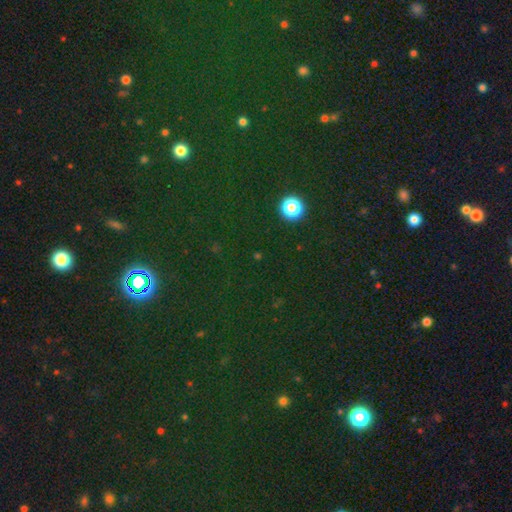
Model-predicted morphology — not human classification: smooth-or-featured: star or artifact: 74% | smooth: 19% | featured or disk: 7%